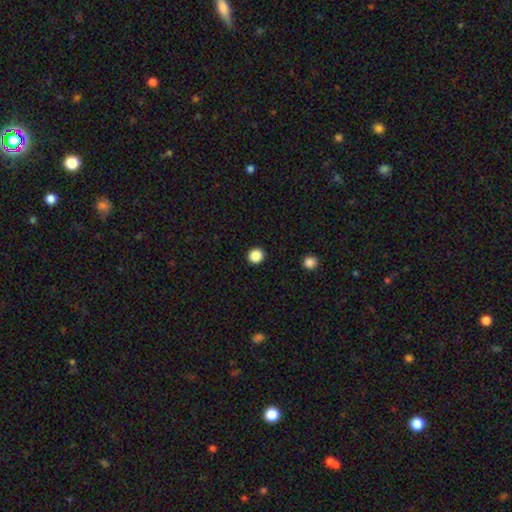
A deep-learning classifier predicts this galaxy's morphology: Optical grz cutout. It shows a smooth galaxy with no disk features (88%) that is round (94%). Merging: none (94%).